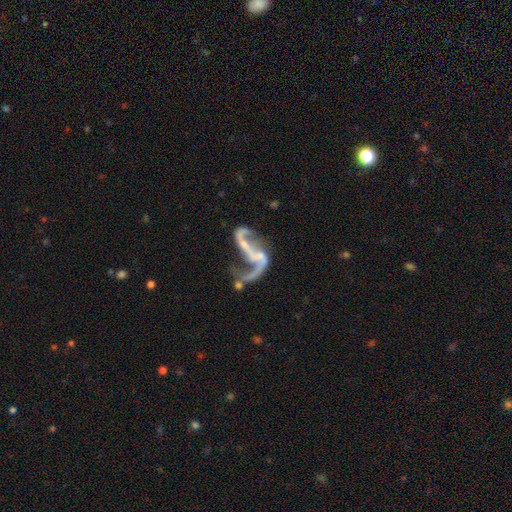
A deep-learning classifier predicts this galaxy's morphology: featured or disk 88%, star or artifact 6%, smooth 6%. Down the decision tree: edge-on disk — no (97%); bar — strong (37%); spiral arms — yes (90%); spiral arm count — 2 (86%); spiral winding — loose (85%); bulge size — small (47%); merging — none (35%).